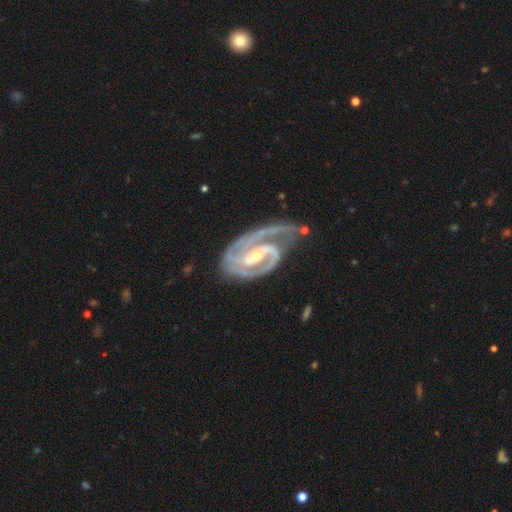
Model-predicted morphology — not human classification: This appears to be a featured or disk galaxy (93%) with a weak bar (41%), 2 (72%) tight (47%) spiral arms (98%) and a small central bulge (53%). Merging: none (45%).